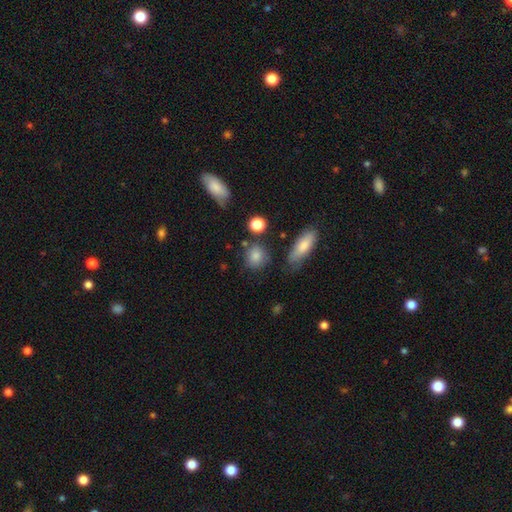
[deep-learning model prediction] Overall: smooth (82%). How rounded: round (77%). Merging: none (73%).